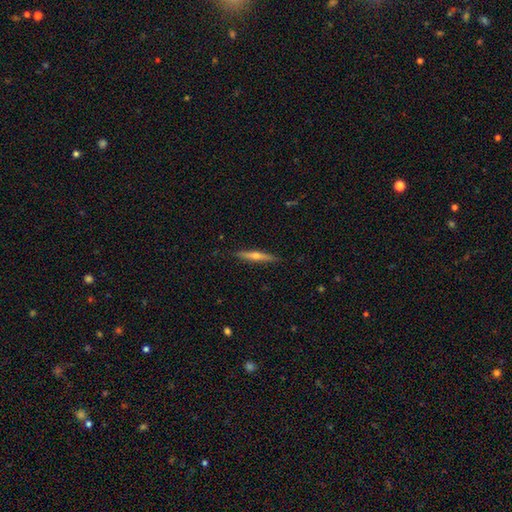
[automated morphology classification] type=featured or disk (59%); edge-on=yes (96%); edge-on bulge=rounded (87%); merging=none (89%).